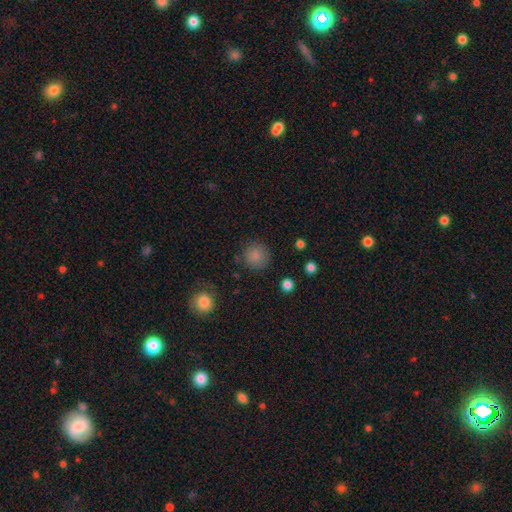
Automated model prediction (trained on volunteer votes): This appears to be a smooth galaxy with no disk features (85%) that is round (94%). Merging: none (85%).